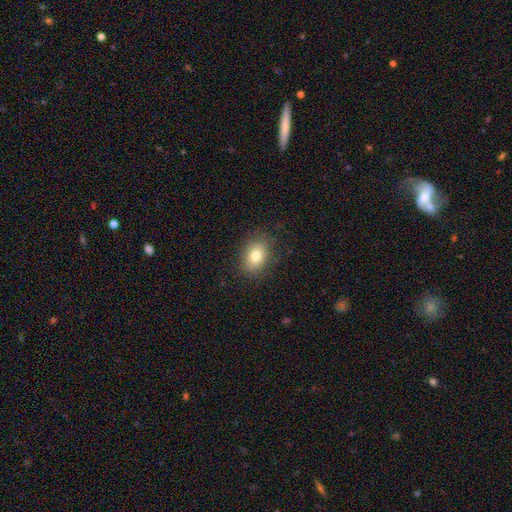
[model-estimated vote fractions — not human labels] A smooth galaxy with no disk features (78%) that is in between round and cigar-shaped (72%). Merging: none (84%).